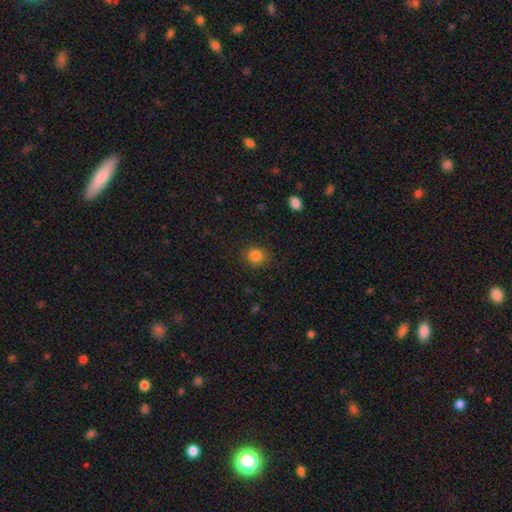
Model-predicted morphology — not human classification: Smooth or featured? smooth (84%)
How rounded? round (77%)
Merging? none (85%)